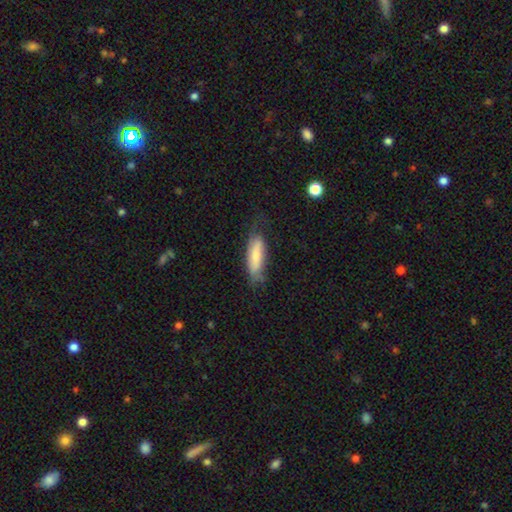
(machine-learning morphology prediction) Smooth or featured: smooth — 70% (featured or disk — 24%)
How rounded: in between — 55% (cigar-shaped — 44%)
Merging: none — 56% (minor disturbance — 29%)